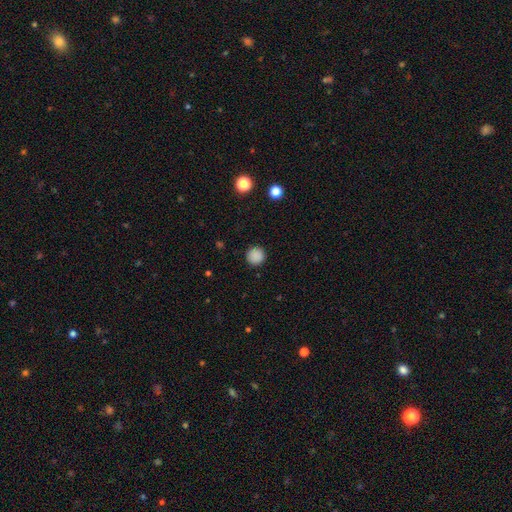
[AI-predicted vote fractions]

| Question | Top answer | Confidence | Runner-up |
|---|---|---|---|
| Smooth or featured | smooth | 87% | star or artifact (10%) |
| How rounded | round | 95% | in between (4%) |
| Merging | none | 91% | minor disturbance (6%) |